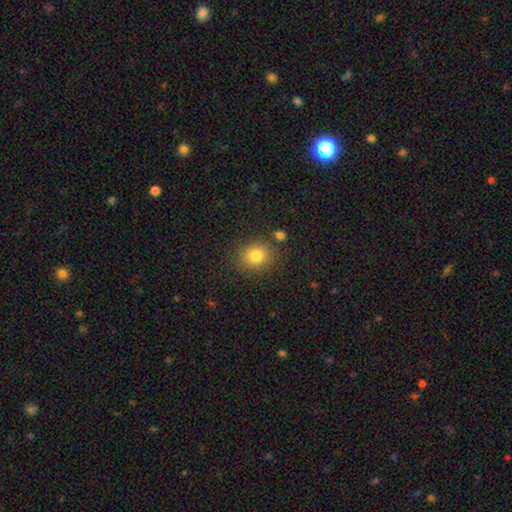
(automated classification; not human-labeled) Smooth or featured: smooth — 81% (star or artifact — 11%)
How rounded: round — 71% (in between — 28%)
Merging: none — 82% (minor disturbance — 10%)